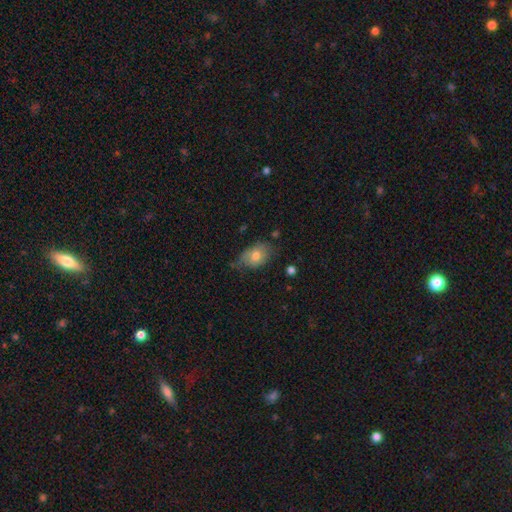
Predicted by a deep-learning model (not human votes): A smooth galaxy with no disk features (74%) that is in between round and cigar-shaped (84%). Merging: none (52%).